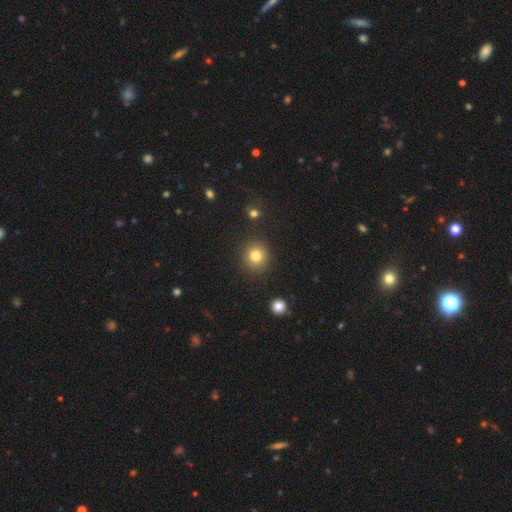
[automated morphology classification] type=smooth (81%); roundness=round (90%); merging=none (88%).